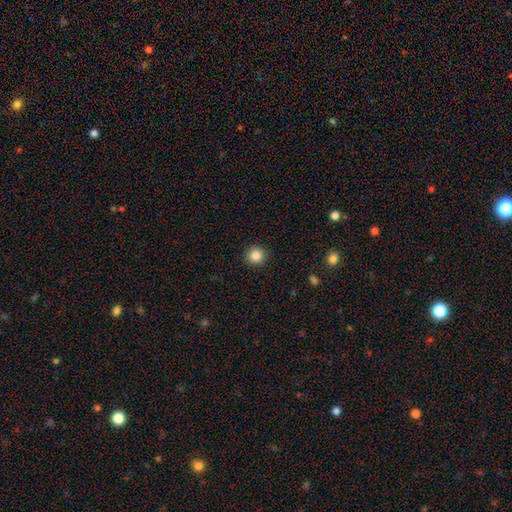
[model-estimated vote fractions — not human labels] Smooth or featured?
  - smooth: 85% *
  - star or artifact: 10%
  - featured or disk: 4%
How rounded?
  - round: 94% *
  - in between: 5%
  - cigar-shaped: 1%
Merging?
  - none: 92% *
  - minor disturbance: 5%
  - major disturbance: 2%
  - merger: 1%